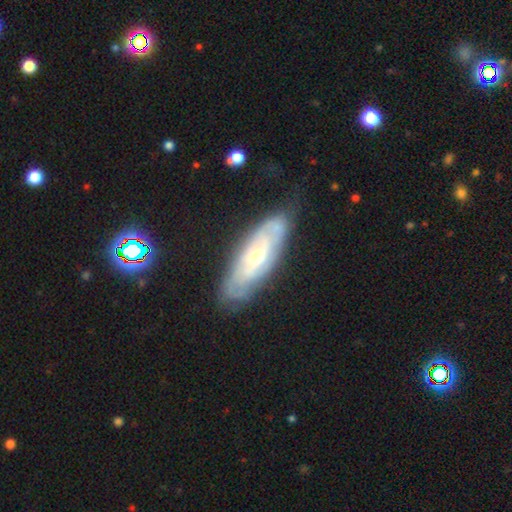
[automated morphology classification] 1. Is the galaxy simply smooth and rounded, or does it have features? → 74% featured or disk, 20% smooth, 6% star or artifact.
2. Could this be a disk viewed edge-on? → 81% no, 19% yes.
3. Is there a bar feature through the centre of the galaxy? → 71% no, 23% weak, 6% strong.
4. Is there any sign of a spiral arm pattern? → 76% yes, 24% no.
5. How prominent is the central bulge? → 63% moderate, 31% small, 4% large, 1% none, 1% dominant.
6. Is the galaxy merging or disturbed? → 75% none, 18% minor disturbance, 5% major disturbance, 2% merger.